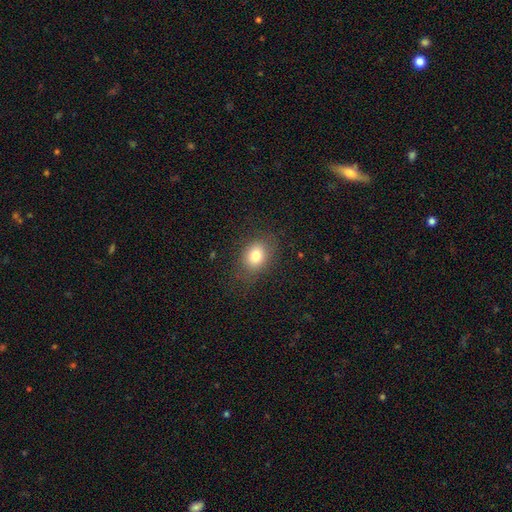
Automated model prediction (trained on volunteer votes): This is likely a smooth galaxy (79%). How rounded: likely in between (65%). Merging: likely none (77%).